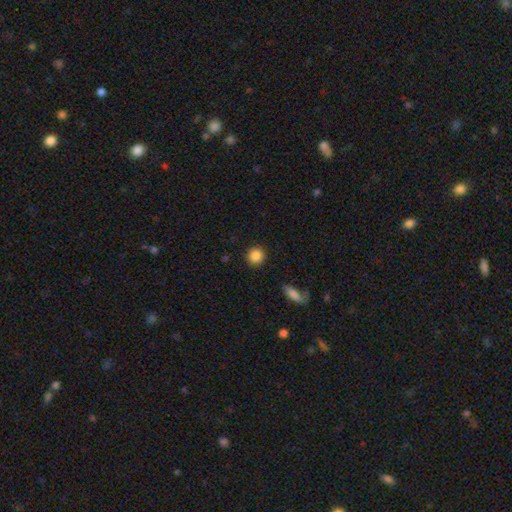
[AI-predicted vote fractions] Smooth or featured?
  - smooth: 86% *
  - star or artifact: 9%
  - featured or disk: 5%
How rounded?
  - round: 92% *
  - in between: 7%
  - cigar-shaped: 1%
Merging?
  - none: 91% *
  - minor disturbance: 6%
  - major disturbance: 2%
  - merger: 2%